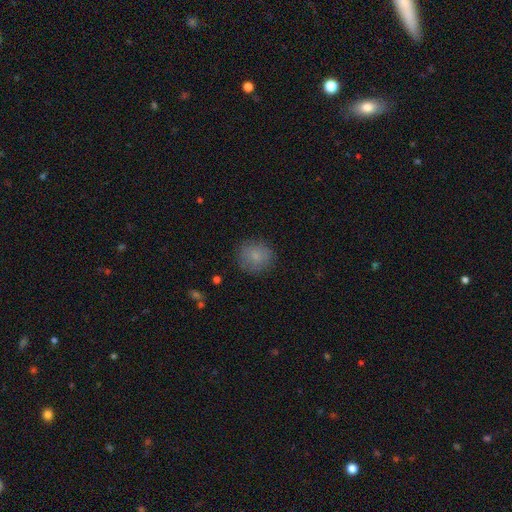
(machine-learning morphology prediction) smooth 81%, featured or disk 10%, star or artifact 9%. Down the decision tree: how rounded — round (87%); merging — none (84%).